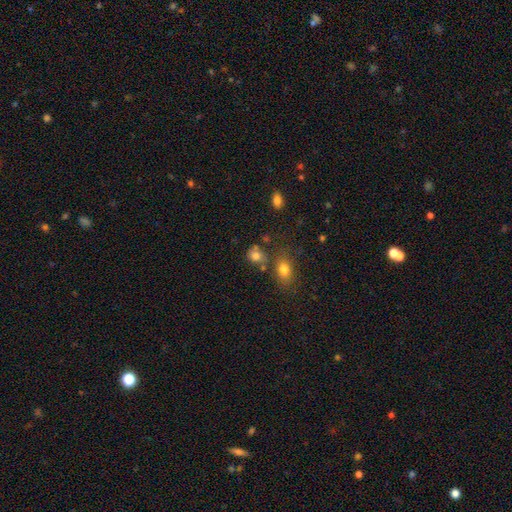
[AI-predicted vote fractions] smooth-or-featured: smooth: 79% | star or artifact: 12% | featured or disk: 9%
  how-rounded: round: 63% | in between: 36% | cigar-shaped: 1%
  merging: none: 60% | merger: 19% | minor disturbance: 16% | major disturbance: 6%